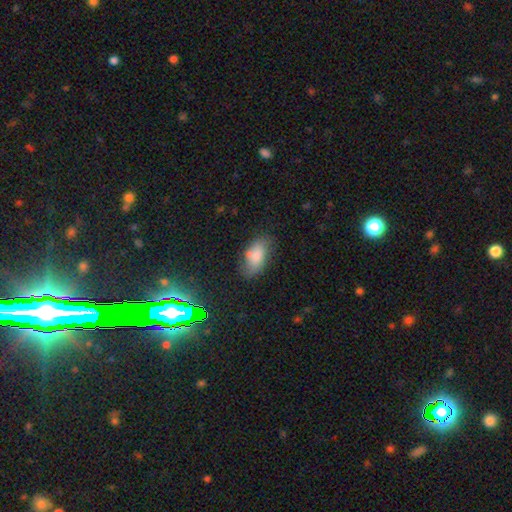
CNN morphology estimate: smooth_or_featured: smooth (p=0.77) [alt: featured or disk p=0.14]
how_rounded: in between (p=0.92) [alt: round p=0.04]
merging: none (p=0.61) [alt: minor disturbance p=0.26]